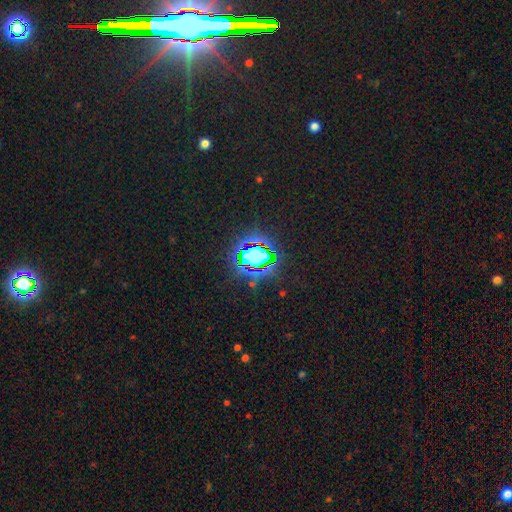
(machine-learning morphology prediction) star or artifact 84%, smooth 9%, featured or disk 7%.